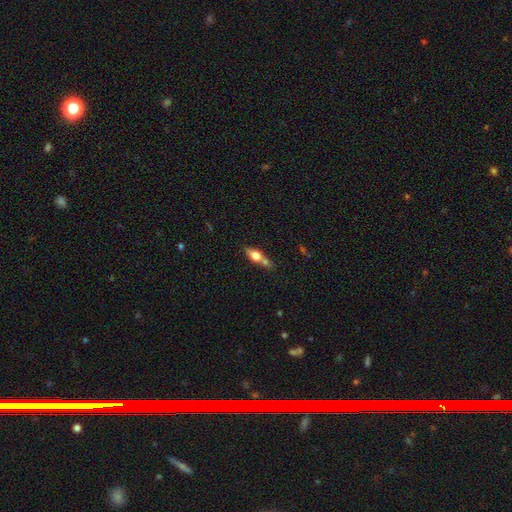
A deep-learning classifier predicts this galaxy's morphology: Q: Smooth or featured?
A: smooth (60%); runner-up: featured or disk (32%)
Q: How rounded?
A: in between (62%); runner-up: cigar-shaped (26%)
Q: Merging?
A: none (44%); runner-up: merger (34%)